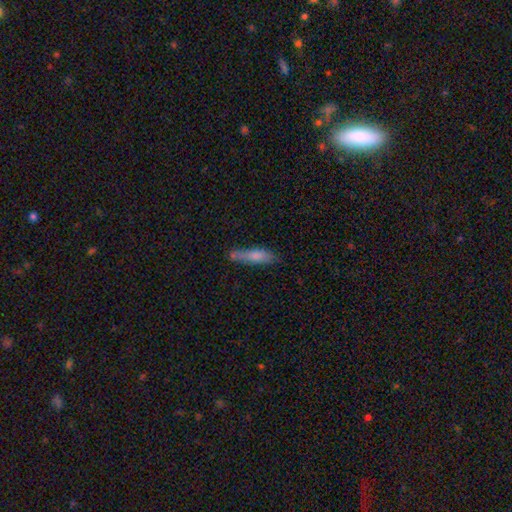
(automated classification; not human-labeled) Smooth or featured?
  - smooth: 74% *
  - featured or disk: 19%
  - star or artifact: 7%
How rounded?
  - cigar-shaped: 70% *
  - in between: 28%
  - round: 2%
Merging?
  - none: 59% *
  - minor disturbance: 26%
  - merger: 8%
  - major disturbance: 7%